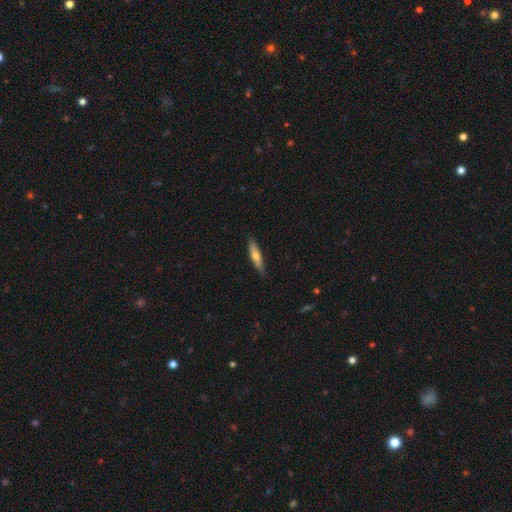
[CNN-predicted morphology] Smooth or featured? smooth (54%)
How rounded? cigar-shaped (80%)
Merging? none (88%)